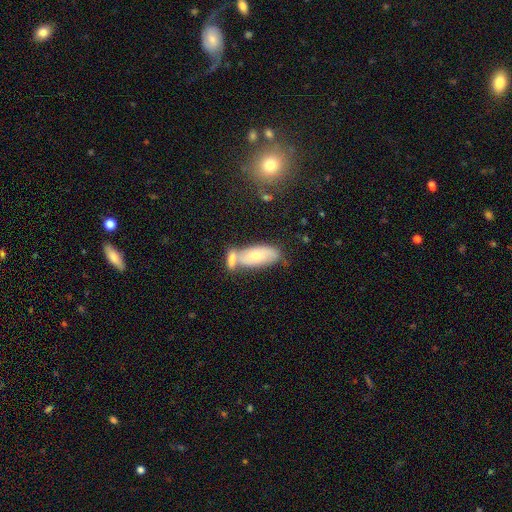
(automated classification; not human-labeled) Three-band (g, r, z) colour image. It shows a smooth galaxy with no disk features (60%) that is in between round and cigar-shaped (82%). Merging: none (48%).